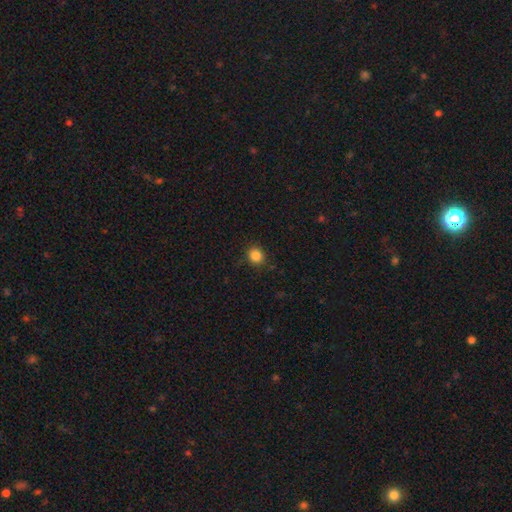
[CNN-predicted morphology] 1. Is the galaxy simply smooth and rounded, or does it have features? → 85% smooth, 11% star or artifact, 4% featured or disk.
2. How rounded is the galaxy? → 85% round, 14% in between, 1% cigar-shaped.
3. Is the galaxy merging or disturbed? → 88% none, 8% minor disturbance, 2% major disturbance, 1% merger.